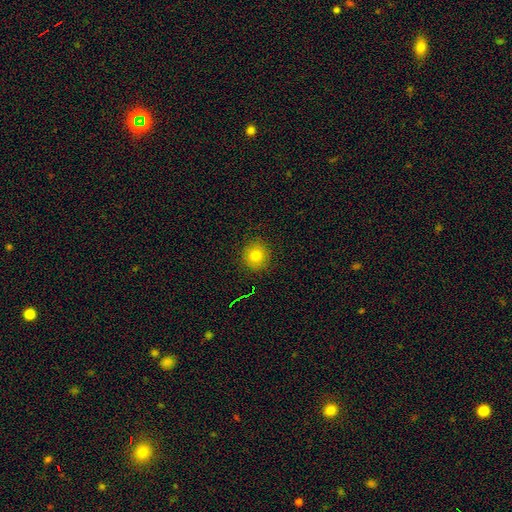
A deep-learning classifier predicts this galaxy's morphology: smooth 79%, star or artifact 13%, featured or disk 8%. Down the decision tree: how rounded — round (91%); merging — none (90%).